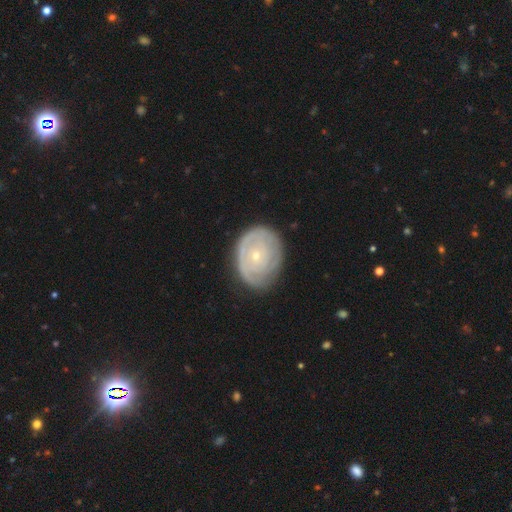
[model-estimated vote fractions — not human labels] A featured or disk galaxy (67%) with no bar (86%), spiral arms (68%) and a small central bulge (79%).

Vote fractions:
- Smooth or featured? featured or disk: 67% / smooth: 27% / star or artifact: 6%
- Edge-on disk? no: 96% / yes: 4%
- Bar? no: 86% / weak: 11% / strong: 3%
- Spiral arms? yes: 68% / no: 32%
- Bulge size? small: 79% / moderate: 18% / none: 1% / large: 1% / dominant: 1%
- Merging? none: 71% / minor disturbance: 21% / major disturbance: 7% / merger: 1%